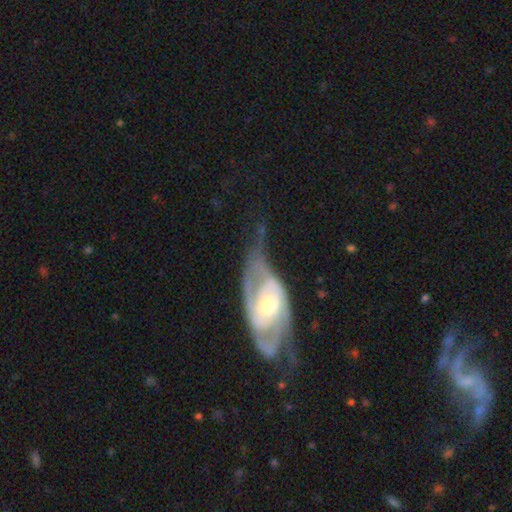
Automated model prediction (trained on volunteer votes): A featured or disk galaxy (82%) with no bar (51%), 2 (55%) tight (45%) spiral arms (85%) and a moderate central bulge (53%). Merging: none (53%).